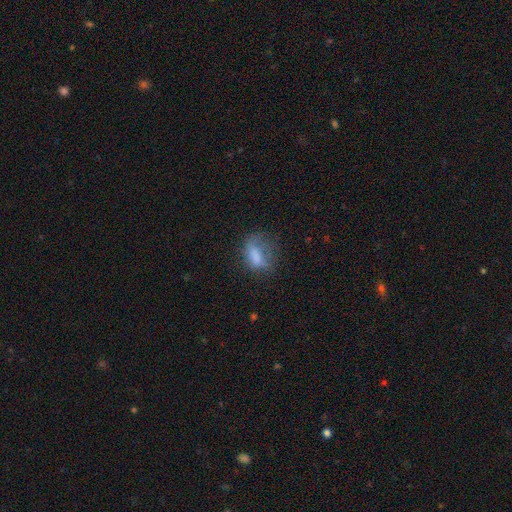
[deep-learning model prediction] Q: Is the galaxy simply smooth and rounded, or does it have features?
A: smooth — 68%.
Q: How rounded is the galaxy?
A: in between — 80%.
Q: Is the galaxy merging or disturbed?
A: major disturbance — 36%.